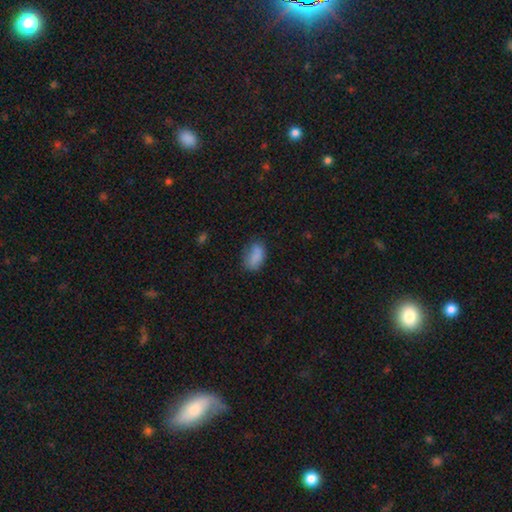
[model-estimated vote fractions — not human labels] Smooth or featured? smooth (83%)
How rounded? in between (90%)
Merging? none (65%)